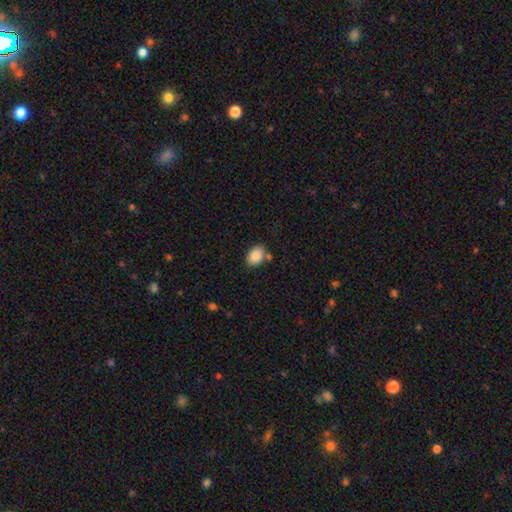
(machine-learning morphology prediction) Q: Smooth or featured?
A: smooth (88%); runner-up: star or artifact (7%)
Q: How rounded?
A: in between (76%); runner-up: round (23%)
Q: Merging?
A: none (75%); runner-up: minor disturbance (14%)